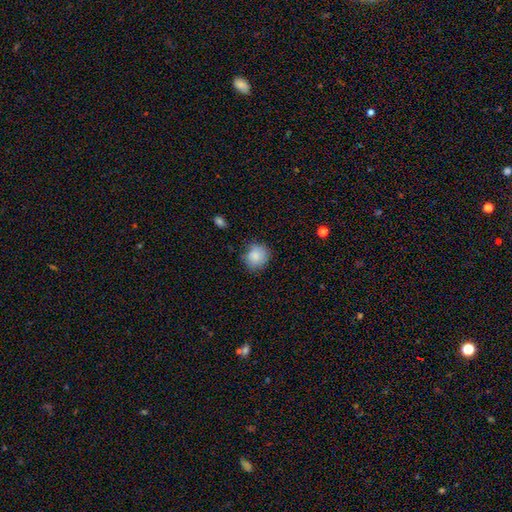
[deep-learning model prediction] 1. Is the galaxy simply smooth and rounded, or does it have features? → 86% smooth, 8% star or artifact, 6% featured or disk.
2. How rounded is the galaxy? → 81% round, 18% in between, 1% cigar-shaped.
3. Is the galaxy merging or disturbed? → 78% none, 17% minor disturbance, 4% major disturbance, 2% merger.